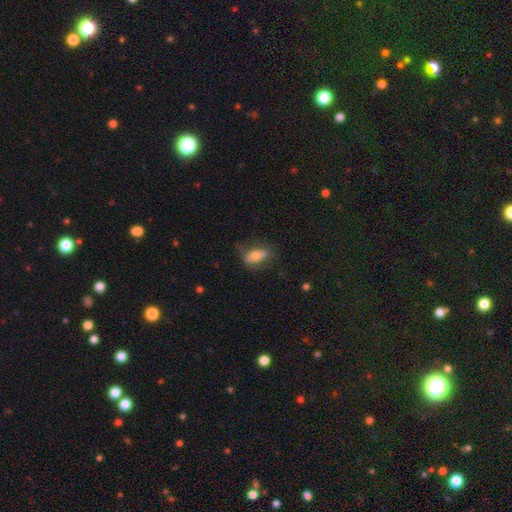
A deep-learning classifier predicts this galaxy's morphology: smooth-or-featured: smooth: 60% | featured or disk: 32% | star or artifact: 8%
  how-rounded: in between: 83% | round: 9% | cigar-shaped: 8%
  merging: none: 55% | minor disturbance: 26% | major disturbance: 16% | merger: 3%